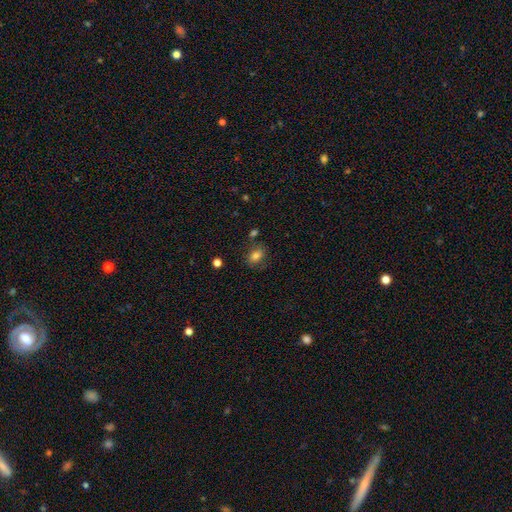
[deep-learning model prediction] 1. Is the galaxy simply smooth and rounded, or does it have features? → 79% smooth, 11% featured or disk, 11% star or artifact.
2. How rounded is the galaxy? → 77% in between, 21% round, 2% cigar-shaped.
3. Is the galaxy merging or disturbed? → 76% none, 14% minor disturbance, 5% merger, 5% major disturbance.